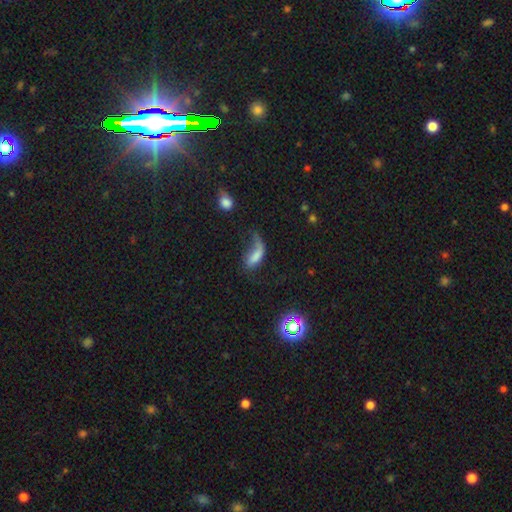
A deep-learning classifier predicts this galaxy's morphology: Smooth or featured? Predicted: smooth (p=0.57). How rounded? Predicted: in between (p=0.79). Merging? Predicted: major disturbance (p=0.49).